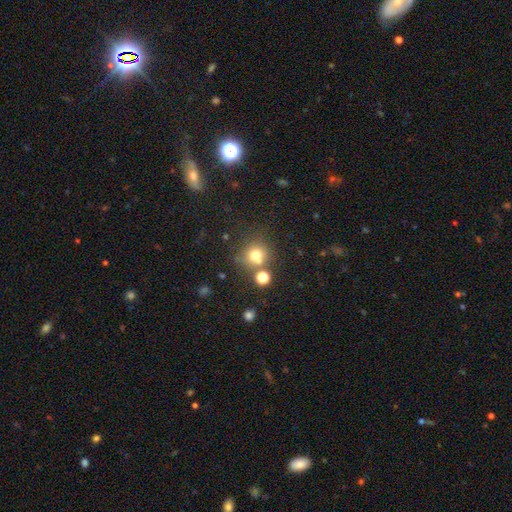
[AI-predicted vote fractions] Smooth or featured: smooth — 72% (star or artifact — 18%)
How rounded: round — 87% (in between — 12%)
Merging: none — 64% (merger — 20%)